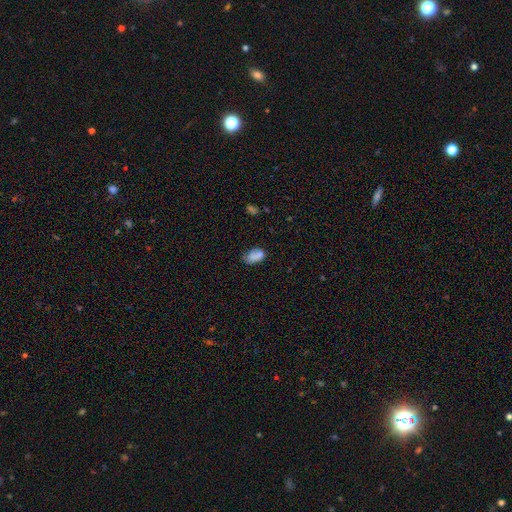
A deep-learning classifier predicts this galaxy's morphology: Smooth or featured? smooth (82%)
How rounded? in between (90%)
Merging? none (58%)